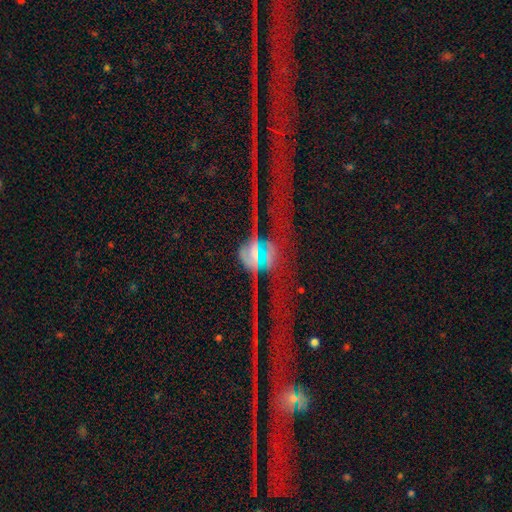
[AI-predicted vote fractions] smooth_or_featured: featured or disk (p=0.50) [alt: star or artifact p=0.32]
merging: none (p=0.35) [alt: major disturbance p=0.30]